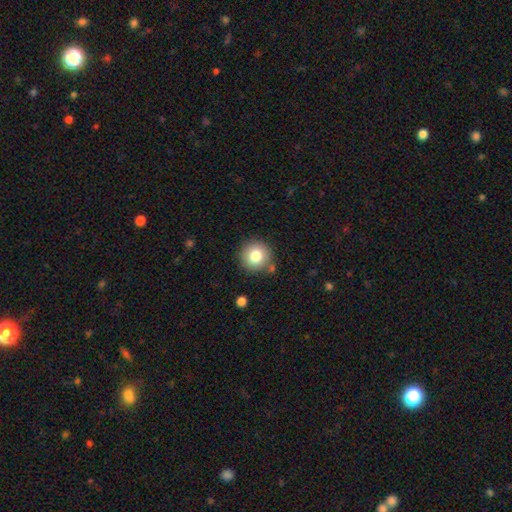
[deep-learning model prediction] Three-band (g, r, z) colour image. It shows a smooth galaxy with no disk features (80%) that is round (94%). Merging: none (83%).